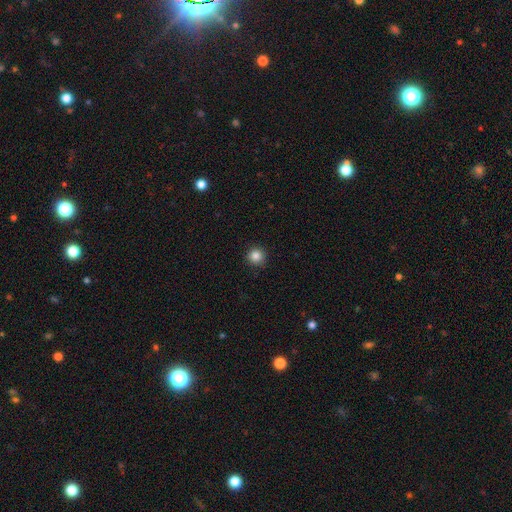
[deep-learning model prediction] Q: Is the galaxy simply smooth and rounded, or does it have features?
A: smooth — 85%.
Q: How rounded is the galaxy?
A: round — 94%.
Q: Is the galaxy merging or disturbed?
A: none — 92%.